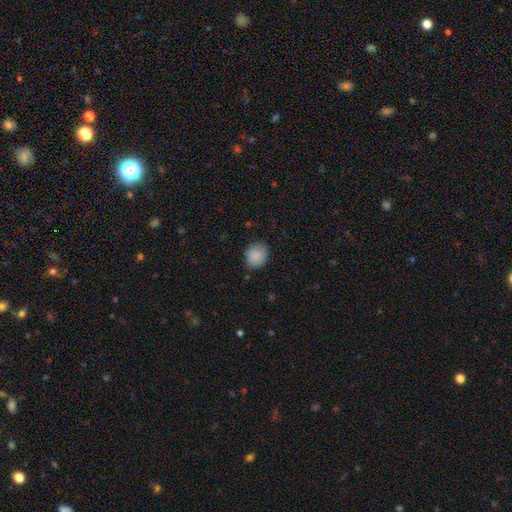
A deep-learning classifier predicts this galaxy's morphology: smooth 87%, star or artifact 8%, featured or disk 5%. Down the decision tree: how rounded — round (67%); merging — none (80%).